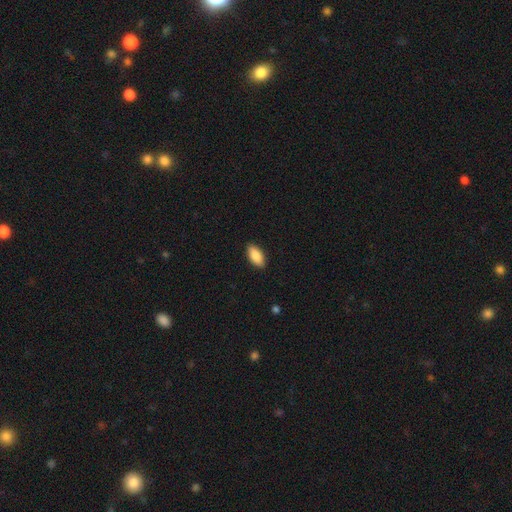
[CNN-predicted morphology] A smooth galaxy with no disk features (88%) that is in between round and cigar-shaped (89%). Merging: none (90%).